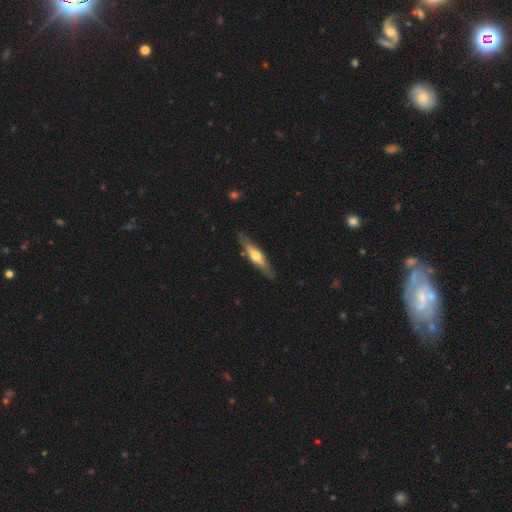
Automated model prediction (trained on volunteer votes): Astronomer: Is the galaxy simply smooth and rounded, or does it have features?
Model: featured or disk — 62%.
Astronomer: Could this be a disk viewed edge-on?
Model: yes — 93%.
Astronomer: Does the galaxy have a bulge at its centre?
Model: rounded — 91%.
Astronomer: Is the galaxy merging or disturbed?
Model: none — 87%.